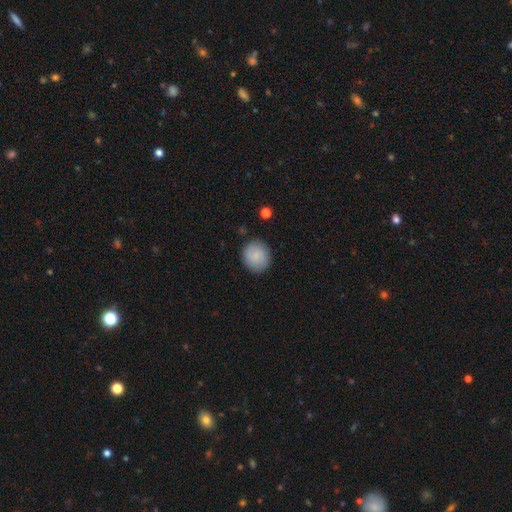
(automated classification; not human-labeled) Overall: smooth (84%). How rounded: round (87%). Merging: none (87%).